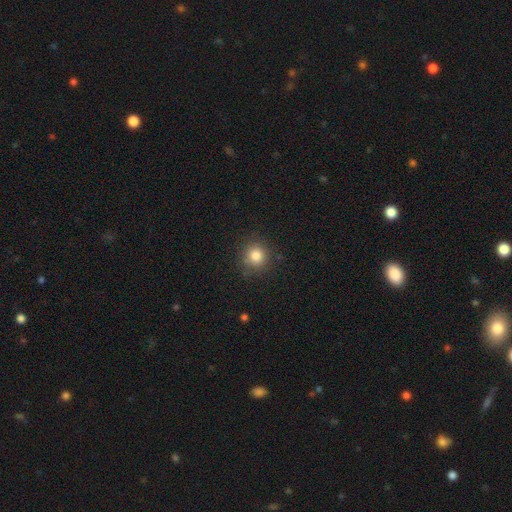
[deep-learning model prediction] smooth 82%, star or artifact 12%, featured or disk 6%. Down the decision tree: how rounded — round (91%); merging — none (86%).